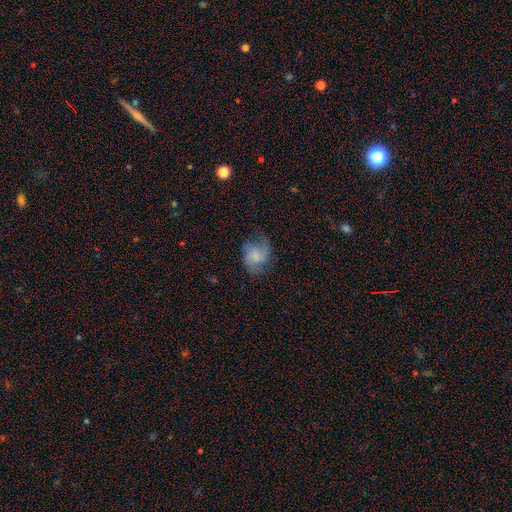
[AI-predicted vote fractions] Morphology: type=smooth (46%); merging=none (54%).